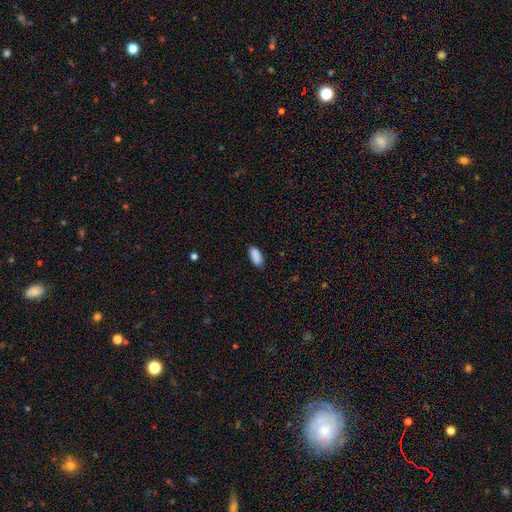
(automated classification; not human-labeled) Smooth or featured? Predicted: smooth (p=0.89). How rounded? Predicted: in between (p=0.89). Merging? Predicted: none (p=0.84).